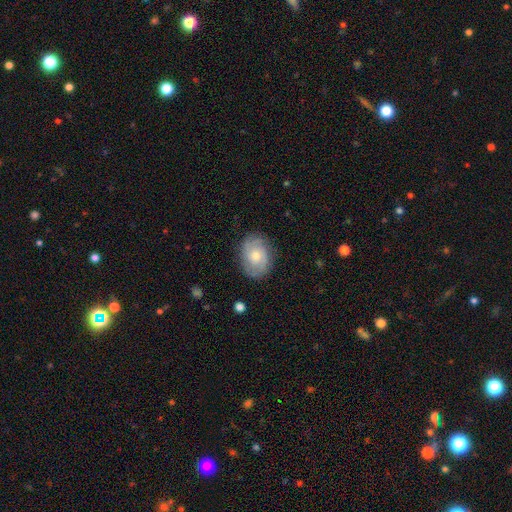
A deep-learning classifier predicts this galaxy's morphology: featured or disk 66%, smooth 27%, star or artifact 7%. Down the decision tree: edge-on disk — no (97%); bar — no (75%); spiral arms — yes (90%); spiral arm count — 2 (55%); spiral winding — tight (53%); bulge size — moderate (60%); merging — none (82%).